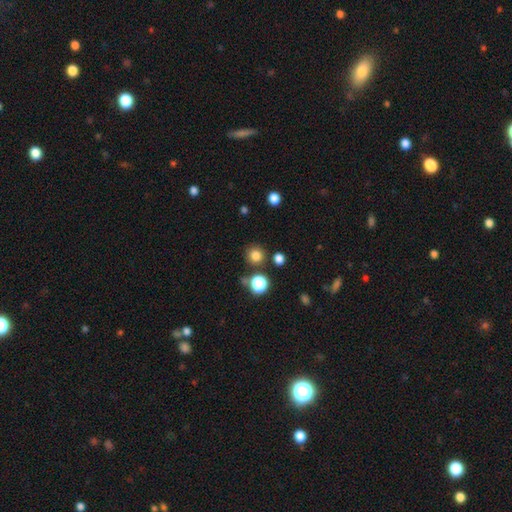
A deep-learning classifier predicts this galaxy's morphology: smooth 81%, star or artifact 15%, featured or disk 5%. Down the decision tree: how rounded — round (93%); merging — none (83%).